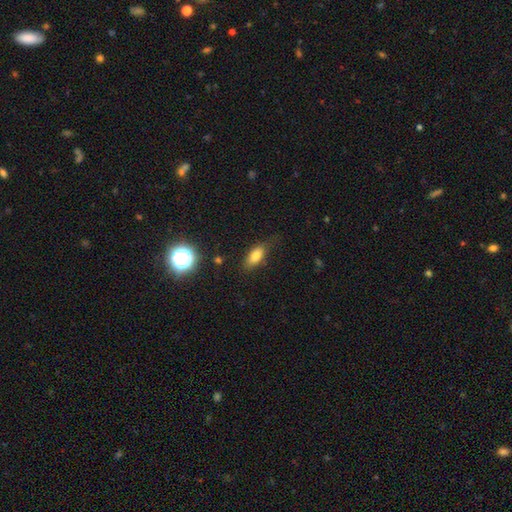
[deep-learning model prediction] Smooth or featured: smooth — 78% (featured or disk — 11%)
How rounded: in between — 79% (cigar-shaped — 16%)
Merging: none — 70% (minor disturbance — 21%)